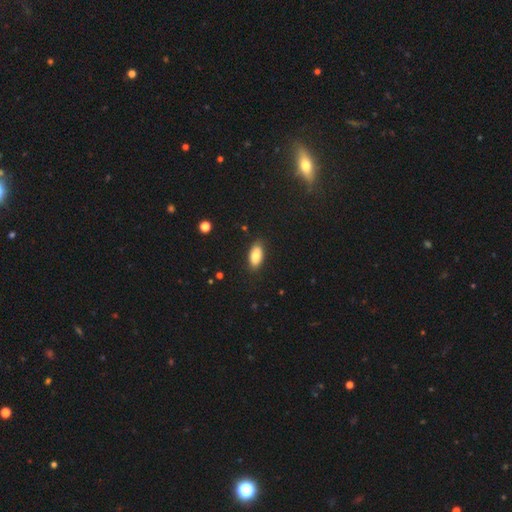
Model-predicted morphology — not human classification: smooth_or_featured: smooth (p=0.82) [alt: featured or disk p=0.10]
how_rounded: in between (p=0.91) [alt: cigar-shaped p=0.06]
merging: none (p=0.85) [alt: minor disturbance p=0.11]